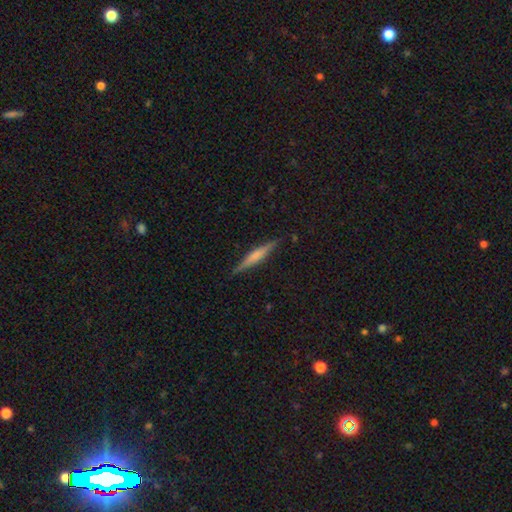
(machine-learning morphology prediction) Smooth or featured?
  - featured or disk: 53% *
  - smooth: 41%
  - star or artifact: 6%
Edge-on disk?
  - yes: 97% *
  - no: 3%
Edge-on bulge?
  - rounded: 43% *
  - none: 32%
  - boxy: 25%
Merging?
  - none: 89% *
  - minor disturbance: 8%
  - major disturbance: 2%
  - merger: 1%